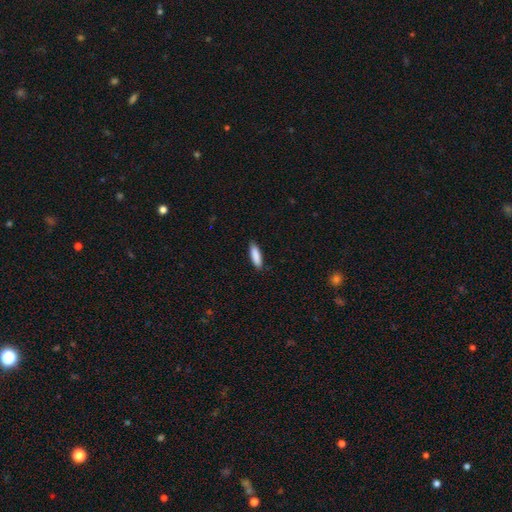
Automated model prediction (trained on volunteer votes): This is clearly a smooth galaxy (89%). How rounded: possibly cigar-shaped (57%). Merging: clearly none (88%).